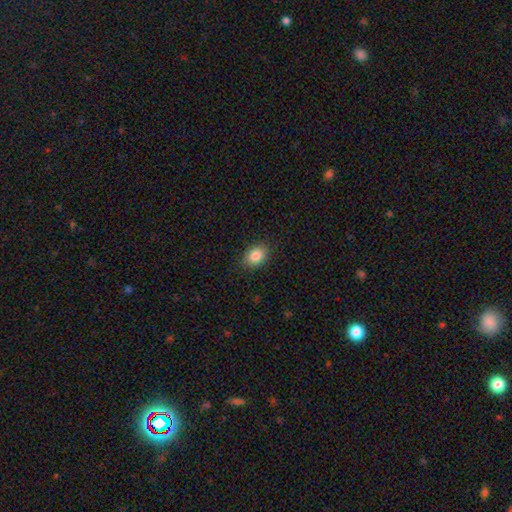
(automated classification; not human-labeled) Q: Smooth or featured?
A: smooth (86%); runner-up: star or artifact (8%)
Q: How rounded?
A: in between (75%); runner-up: round (24%)
Q: Merging?
A: none (86%); runner-up: minor disturbance (10%)